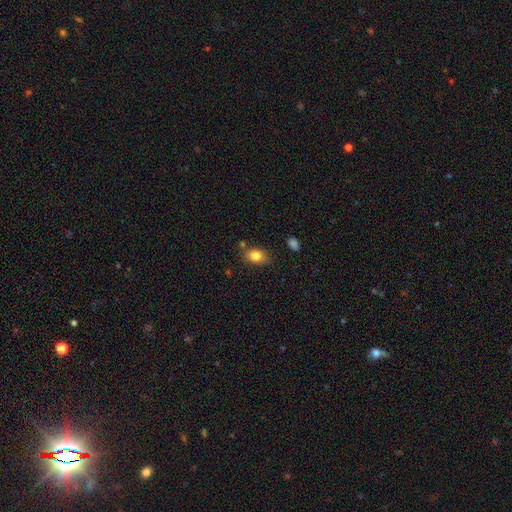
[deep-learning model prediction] A smooth galaxy with no disk features (82%) that is in between round and cigar-shaped (78%).

Vote fractions:
- Smooth or featured? smooth: 82% / featured or disk: 9% / star or artifact: 9%
- How rounded? in between: 78% / round: 20% / cigar-shaped: 2%
- Merging? none: 77% / minor disturbance: 15% / merger: 4% / major disturbance: 3%